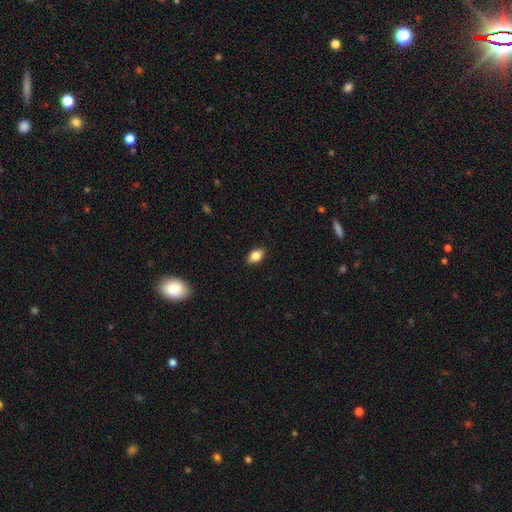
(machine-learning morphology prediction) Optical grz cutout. It shows a smooth galaxy with no disk features (82%) that is in between round and cigar-shaped (84%). Merging: none (87%).